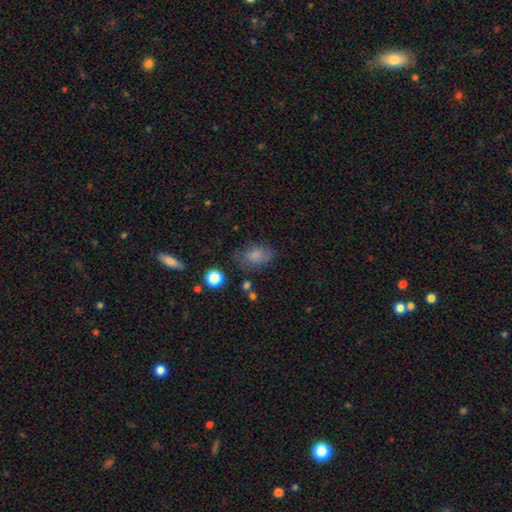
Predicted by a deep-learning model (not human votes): Q: Smooth or featured?
A: smooth (80%); runner-up: star or artifact (11%)
Q: How rounded?
A: in between (85%); runner-up: round (13%)
Q: Merging?
A: none (66%); runner-up: minor disturbance (22%)